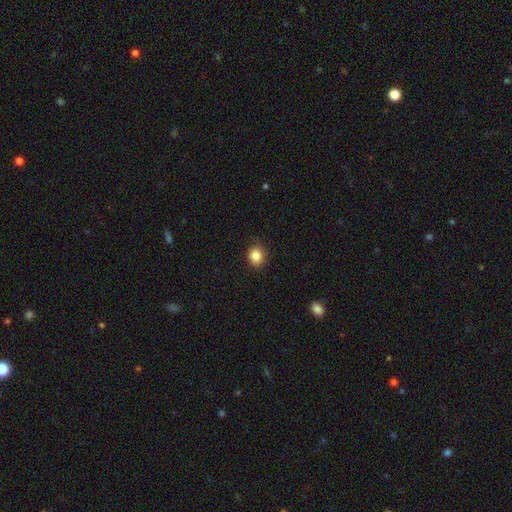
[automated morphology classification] Smooth or featured?
  - smooth: 85% *
  - star or artifact: 10%
  - featured or disk: 5%
How rounded?
  - round: 66% *
  - in between: 33%
  - cigar-shaped: 1%
Merging?
  - none: 84% *
  - minor disturbance: 13%
  - major disturbance: 2%
  - merger: 1%